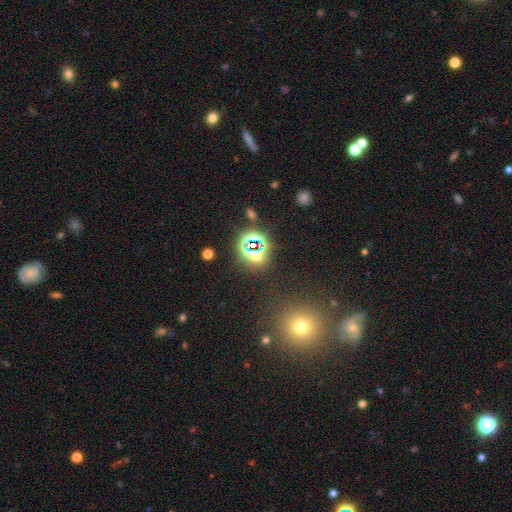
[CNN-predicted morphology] type=star or artifact (72%).